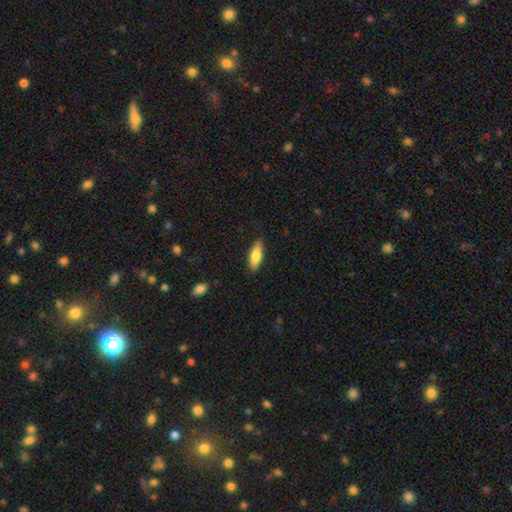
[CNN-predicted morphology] smooth 76%, featured or disk 18%, star or artifact 6%. Down the decision tree: how rounded — in between (52%); merging — none (87%).